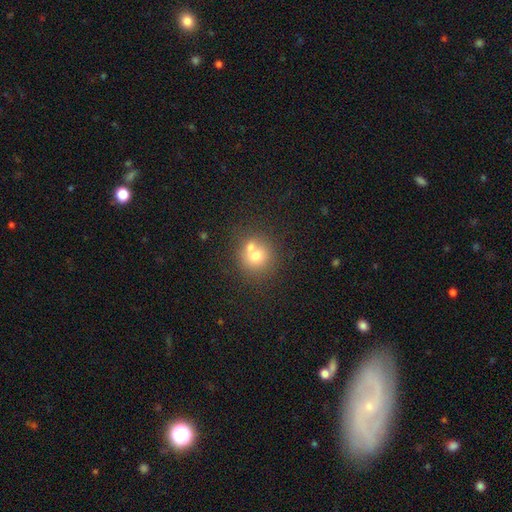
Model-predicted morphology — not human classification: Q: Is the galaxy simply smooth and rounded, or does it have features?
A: smooth — 69%.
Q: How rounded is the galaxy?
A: round — 88%.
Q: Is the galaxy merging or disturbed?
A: none — 49%.